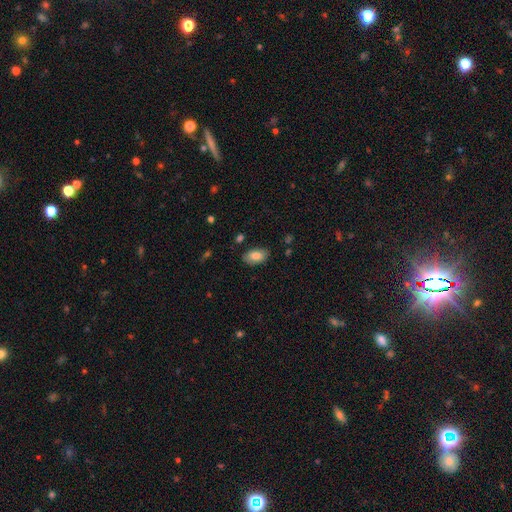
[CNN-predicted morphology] The model was most divided on "smooth or featured": smooth: 81%, featured or disk: 12%, star or artifact: 7%. More confident: how rounded — in between (93%); merging — none (84%).